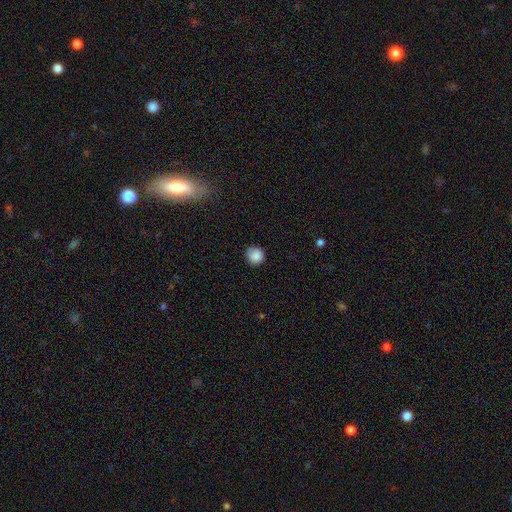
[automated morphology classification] smooth-or-featured: smooth: 88% | star or artifact: 9% | featured or disk: 4%
  how-rounded: round: 91% | in between: 8% | cigar-shaped: 1%
  merging: none: 81% | minor disturbance: 16% | major disturbance: 3% | merger: 1%